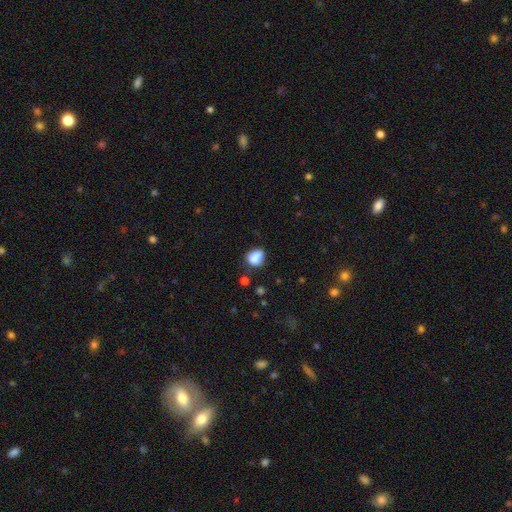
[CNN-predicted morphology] smooth 82%, star or artifact 10%, featured or disk 8%. Down the decision tree: how rounded — in between (52%); merging — none (56%).